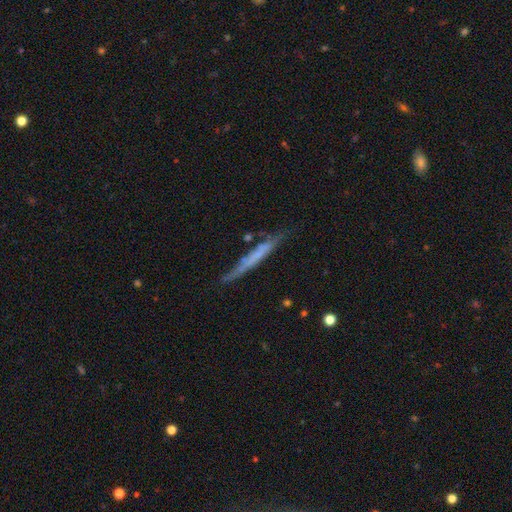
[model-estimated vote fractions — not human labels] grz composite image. It shows a featured or disk galaxy (50%). Merging: none (67%).